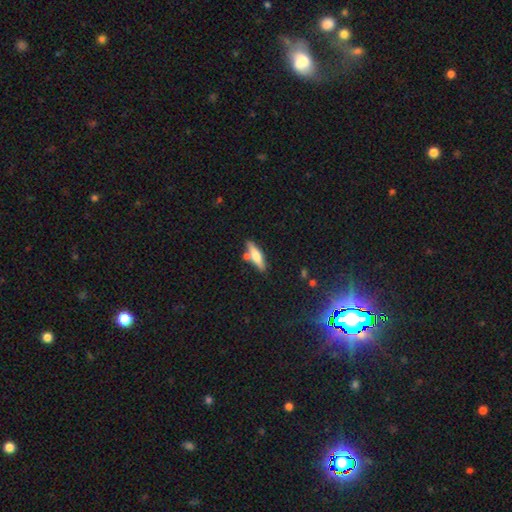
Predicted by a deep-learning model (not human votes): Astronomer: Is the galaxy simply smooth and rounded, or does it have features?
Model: smooth — 58% (runner-up: featured or disk, 35%).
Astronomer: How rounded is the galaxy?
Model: cigar-shaped — 67%.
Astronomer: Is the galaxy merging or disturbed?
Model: none — 72%.